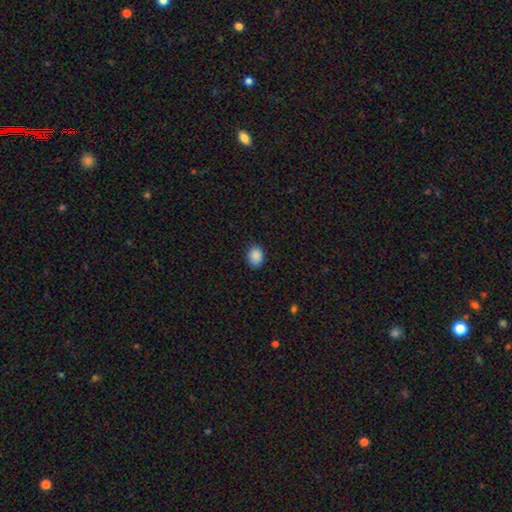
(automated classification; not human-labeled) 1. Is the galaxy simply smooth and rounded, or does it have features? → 88% smooth, 9% star or artifact, 3% featured or disk.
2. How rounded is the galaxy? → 62% in between, 37% round, 1% cigar-shaped.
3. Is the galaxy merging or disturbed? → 83% none, 13% minor disturbance, 3% major disturbance, 1% merger.